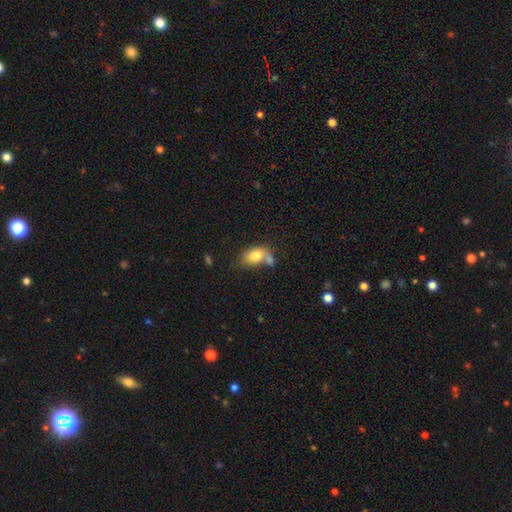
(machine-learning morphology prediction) Smooth or featured?
  - smooth: 78% *
  - featured or disk: 14%
  - star or artifact: 8%
How rounded?
  - in between: 83% *
  - round: 15%
  - cigar-shaped: 2%
Merging?
  - merger: 38% *
  - none: 37%
  - minor disturbance: 16%
  - major disturbance: 8%